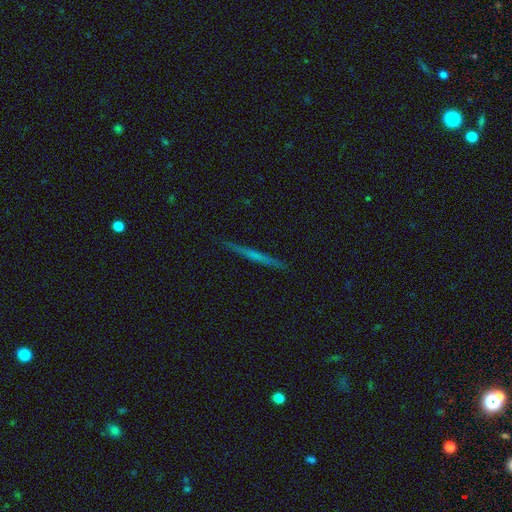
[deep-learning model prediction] Overall: featured or disk (56%; smooth 36%). Edge-on disk: yes (97%). Edge-on bulge: none (79%). Merging: none (92%).